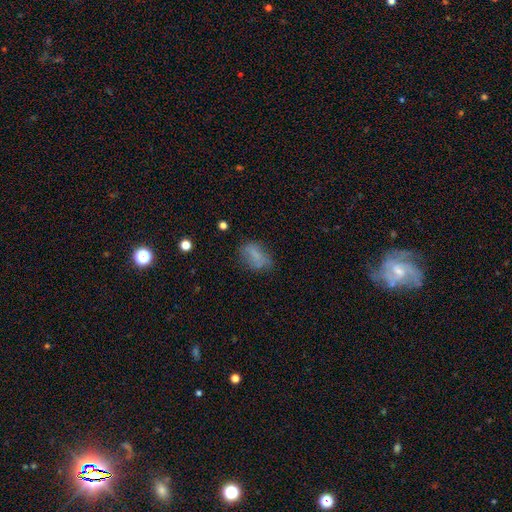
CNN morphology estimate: The model was most divided on "merging": none: 56%, minor disturbance: 26%, major disturbance: 14%, merger: 4%. More confident: how rounded — in between (85%); smooth or featured — smooth (68%).